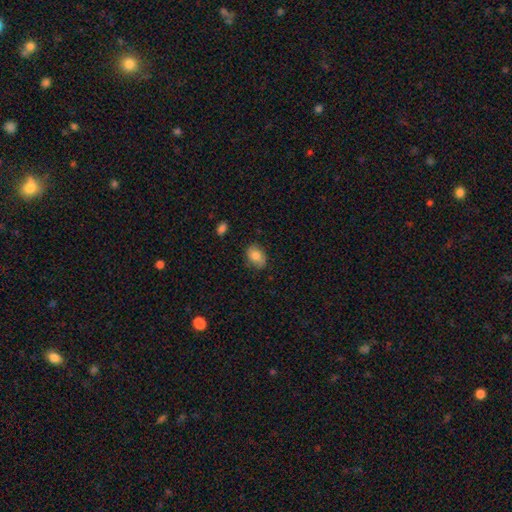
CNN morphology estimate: Overall: smooth (80%). How rounded: in between (74%). Merging: none (79%).